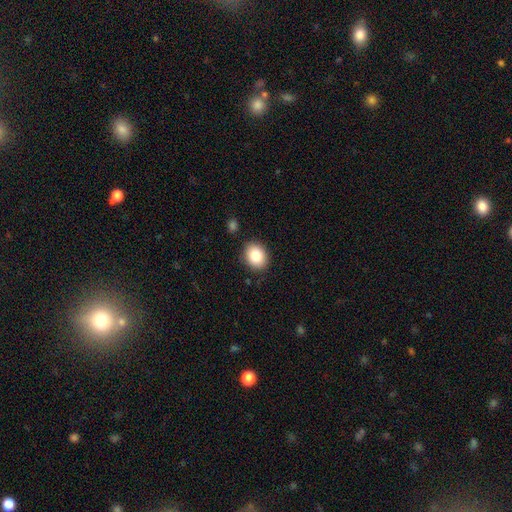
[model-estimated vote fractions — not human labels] Smooth or featured?
  - smooth: 85% *
  - star or artifact: 8%
  - featured or disk: 7%
How rounded?
  - in between: 51% *
  - round: 48%
  - cigar-shaped: 1%
Merging?
  - none: 87% *
  - minor disturbance: 9%
  - major disturbance: 2%
  - merger: 2%